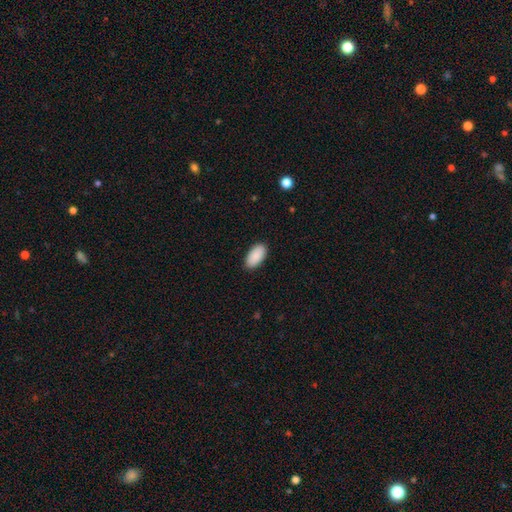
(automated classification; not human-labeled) Smooth or featured?
  - smooth: 91% *
  - star or artifact: 6%
  - featured or disk: 3%
How rounded?
  - in between: 96% *
  - cigar-shaped: 3%
  - round: 2%
Merging?
  - none: 89% *
  - minor disturbance: 8%
  - major disturbance: 2%
  - merger: 1%